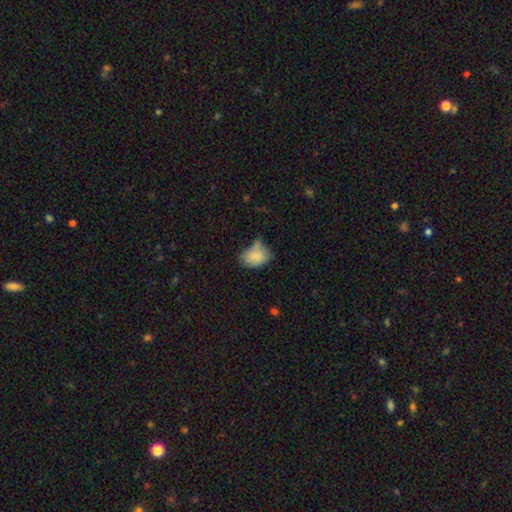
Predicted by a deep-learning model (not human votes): A smooth galaxy with no disk features (81%) that is in between round and cigar-shaped (75%).

Vote fractions:
- Smooth or featured? smooth: 81% / featured or disk: 10% / star or artifact: 9%
- How rounded? in between: 75% / round: 24% / cigar-shaped: 1%
- Merging? none: 42% / minor disturbance: 36% / major disturbance: 12% / merger: 10%